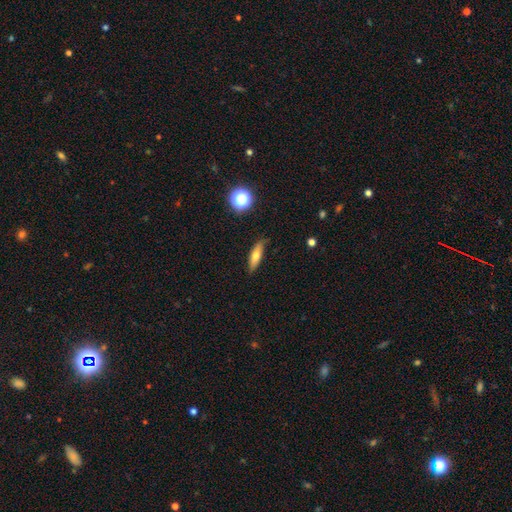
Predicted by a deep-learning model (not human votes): Q: Smooth or featured?
A: smooth (64%); runner-up: featured or disk (27%)
Q: How rounded?
A: cigar-shaped (61%); runner-up: in between (36%)
Q: Merging?
A: none (80%); runner-up: minor disturbance (15%)